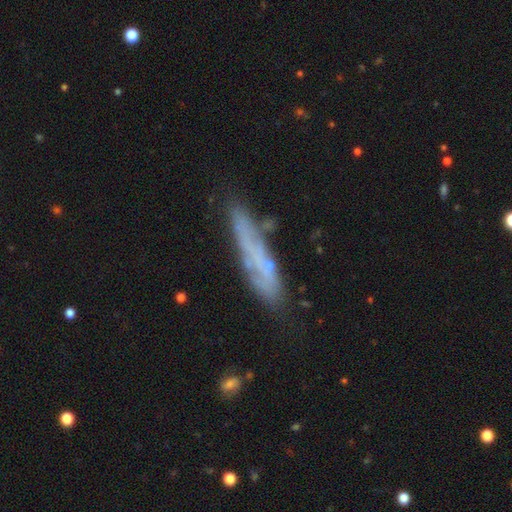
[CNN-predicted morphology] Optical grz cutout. It shows a featured or disk galaxy (50%). Merging: none (65%).